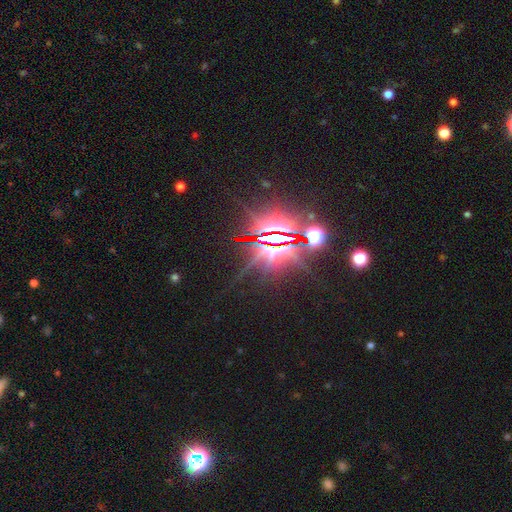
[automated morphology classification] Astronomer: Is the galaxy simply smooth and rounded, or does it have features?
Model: star or artifact — 85%.